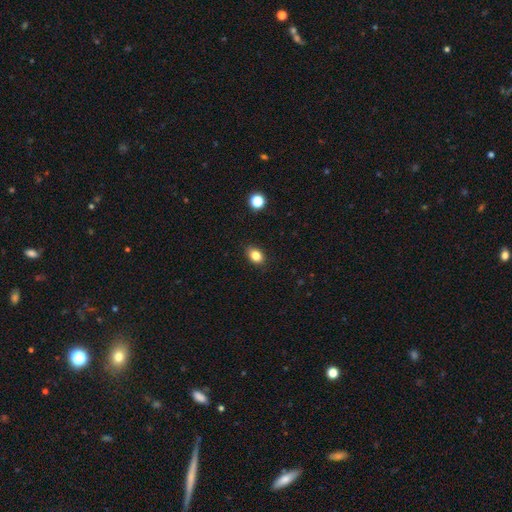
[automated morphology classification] smooth_or_featured: smooth (p=0.83) [alt: star or artifact p=0.11]
how_rounded: in between (p=0.73) [alt: round p=0.26]
merging: none (p=0.88) [alt: minor disturbance p=0.09]